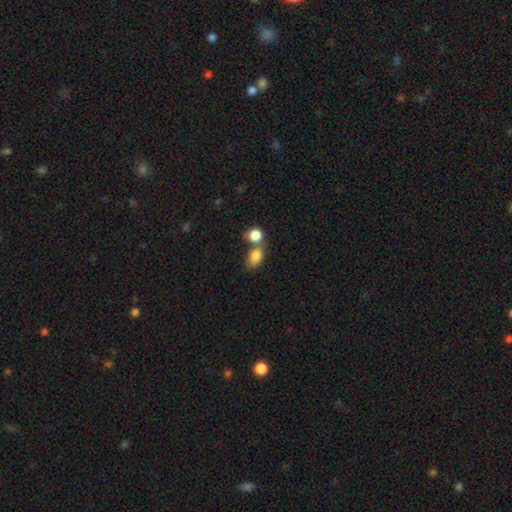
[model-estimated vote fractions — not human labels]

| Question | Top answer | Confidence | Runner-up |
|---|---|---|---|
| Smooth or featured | smooth | 84% | star or artifact (9%) |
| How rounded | in between | 74% | round (25%) |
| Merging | merger | 43% | none (41%) |